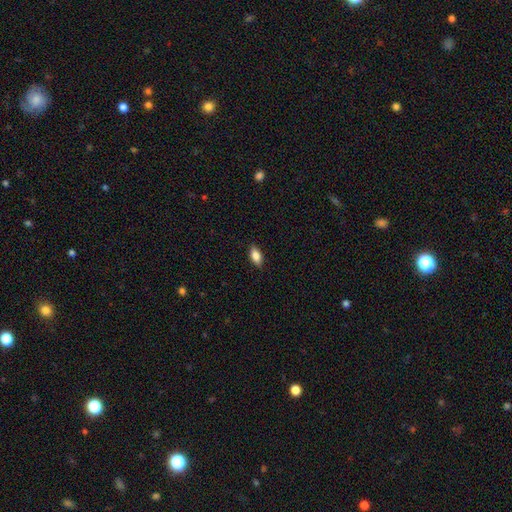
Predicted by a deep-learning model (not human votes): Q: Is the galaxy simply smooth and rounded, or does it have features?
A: smooth — 82%.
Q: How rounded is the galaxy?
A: in between — 88%.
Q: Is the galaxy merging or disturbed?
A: none — 88%.